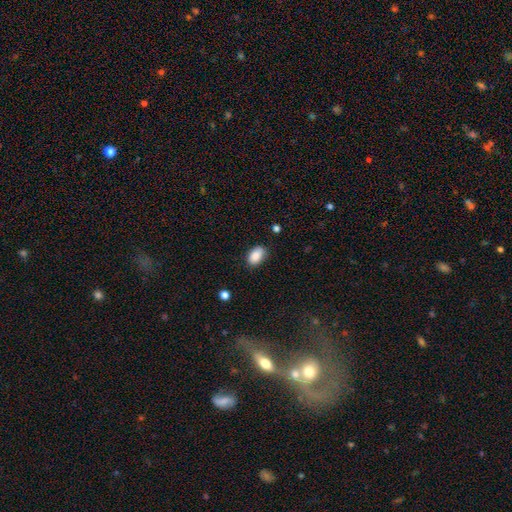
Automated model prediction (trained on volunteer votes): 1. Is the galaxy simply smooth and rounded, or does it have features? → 88% smooth, 8% star or artifact, 4% featured or disk.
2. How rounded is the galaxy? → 89% in between, 10% round, 1% cigar-shaped.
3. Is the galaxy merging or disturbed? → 79% none, 16% minor disturbance, 3% major disturbance, 1% merger.